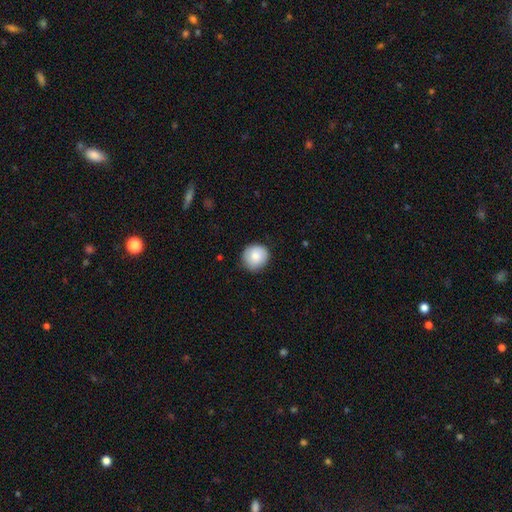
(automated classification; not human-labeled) Smooth or featured? Predicted: smooth (p=0.82). How rounded? Predicted: round (p=0.91). Merging? Predicted: none (p=0.84).